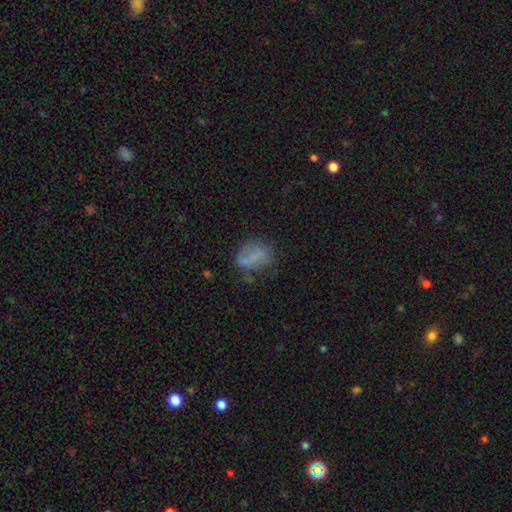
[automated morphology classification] smooth-or-featured: smooth: 65% | featured or disk: 23% | star or artifact: 12%
  how-rounded: in between: 65% | round: 32% | cigar-shaped: 3%
  merging: none: 53% | minor disturbance: 26% | major disturbance: 16% | merger: 5%